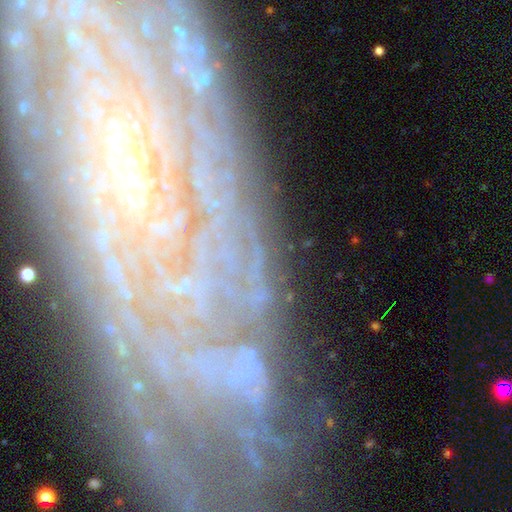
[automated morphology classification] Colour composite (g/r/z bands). It shows a featured or disk galaxy (56%). Merging: none (68%).